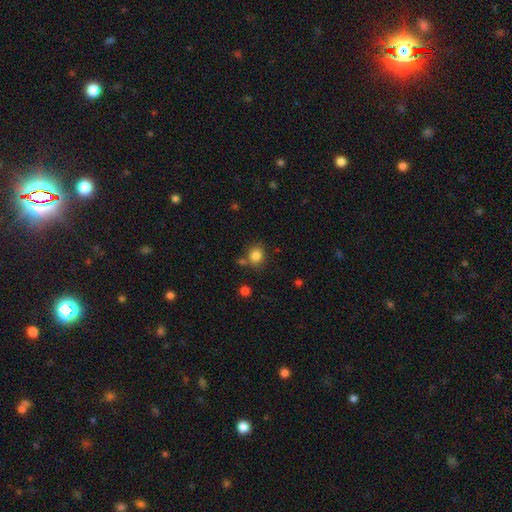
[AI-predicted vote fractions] Smooth or featured? Predicted: smooth (p=0.84). How rounded? Predicted: round (p=0.74). Merging? Predicted: none (p=0.72).